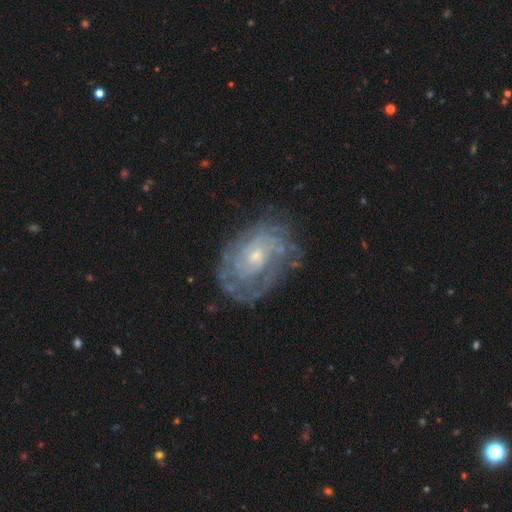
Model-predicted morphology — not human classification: A featured or disk galaxy (82%) with no bar (75%), tight (70%) spiral arms (87%) and a small central bulge (68%). Merging: none (70%).